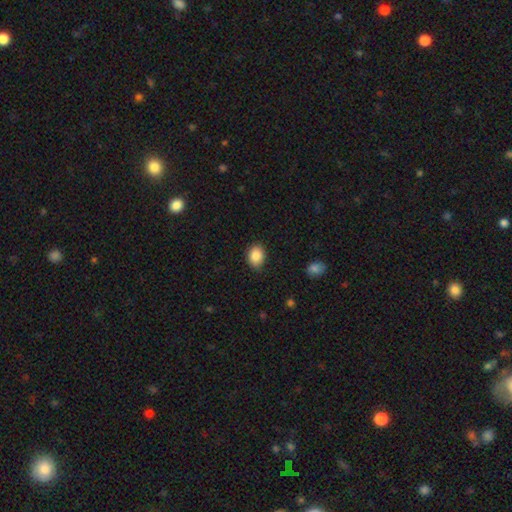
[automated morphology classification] Smooth or featured: smooth — 86% (star or artifact — 8%)
How rounded: in between — 64% (round — 35%)
Merging: none — 84% (minor disturbance — 12%)